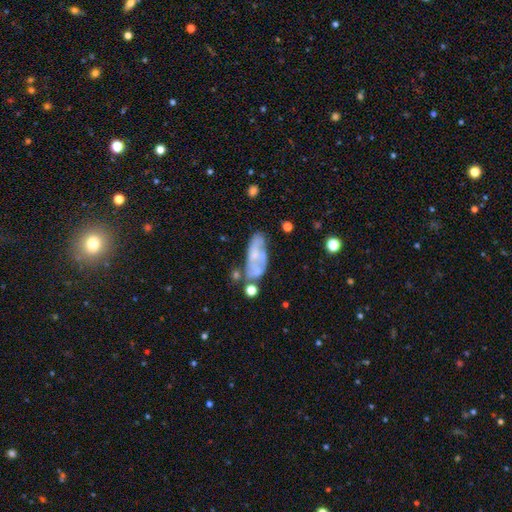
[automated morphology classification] smooth-or-featured: featured or disk: 53% | smooth: 38% | star or artifact: 9%
  disk-edge-on: no: 90% | yes: 10%
  merging: none: 38% | minor disturbance: 24% | merger: 22% | major disturbance: 16%